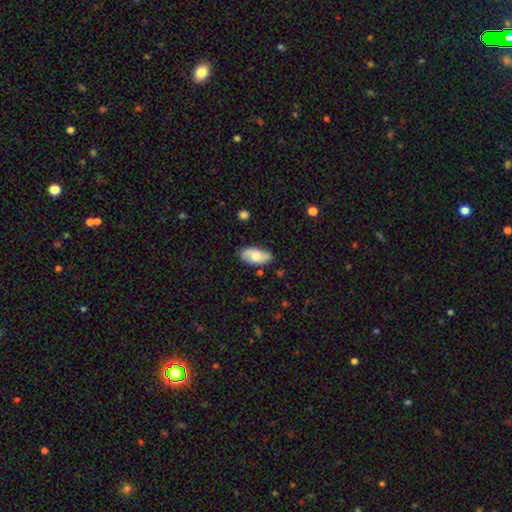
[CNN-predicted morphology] Smooth or featured: smooth — 56% (featured or disk — 38%)
How rounded: in between — 93% (cigar-shaped — 4%)
Merging: none — 83% (minor disturbance — 13%)